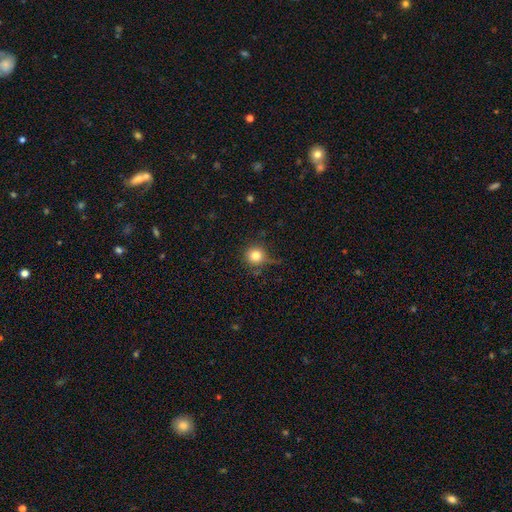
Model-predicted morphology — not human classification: Smooth or featured?
  - smooth: 81% *
  - star or artifact: 12%
  - featured or disk: 7%
How rounded?
  - round: 93% *
  - in between: 6%
  - cigar-shaped: 1%
Merging?
  - none: 74% *
  - minor disturbance: 17%
  - major disturbance: 6%
  - merger: 3%